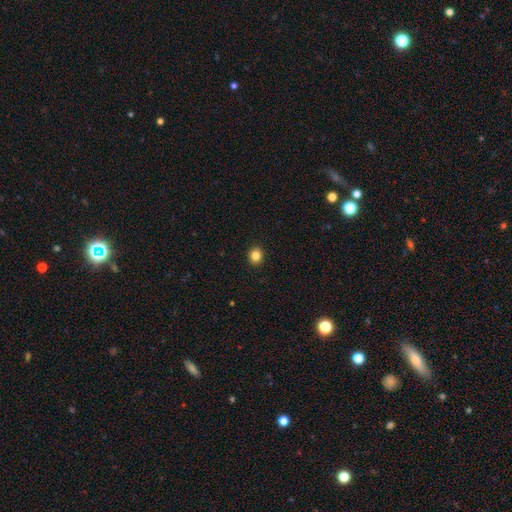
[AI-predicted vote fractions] A smooth galaxy with no disk features (84%) that is round (76%).

Vote fractions:
- Smooth or featured? smooth: 84% / star or artifact: 11% / featured or disk: 5%
- How rounded? round: 76% / in between: 23% / cigar-shaped: 1%
- Merging? none: 92% / minor disturbance: 5% / major disturbance: 2% / merger: 1%